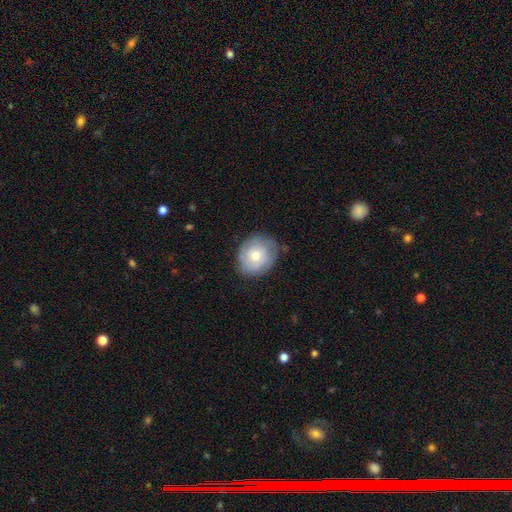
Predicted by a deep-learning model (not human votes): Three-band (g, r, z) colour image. It shows a smooth galaxy with no disk features (50%). Merging: none (77%).